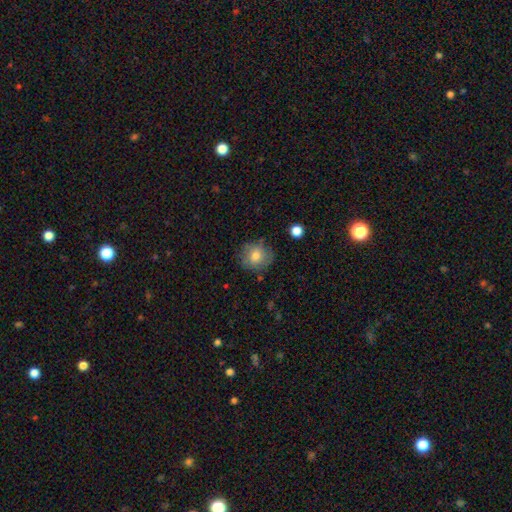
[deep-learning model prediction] Smooth or featured?
  - smooth: 76% *
  - featured or disk: 16%
  - star or artifact: 9%
How rounded?
  - round: 83% *
  - in between: 16%
  - cigar-shaped: 1%
Merging?
  - none: 75% *
  - minor disturbance: 18%
  - major disturbance: 5%
  - merger: 2%